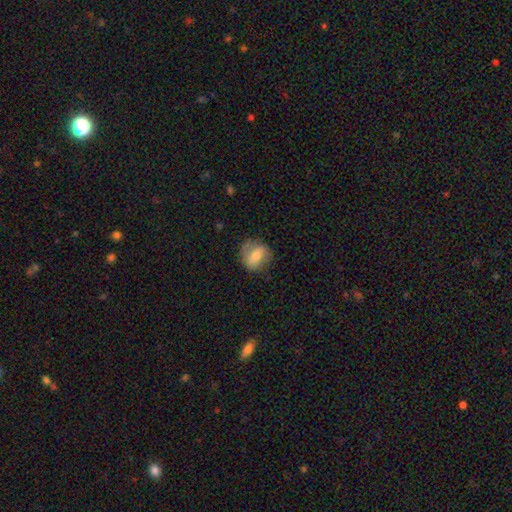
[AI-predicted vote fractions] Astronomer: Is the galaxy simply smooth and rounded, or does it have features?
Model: smooth — 53% (runner-up: featured or disk, 39%).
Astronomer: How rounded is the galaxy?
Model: round — 57% (runner-up: in between, 40%).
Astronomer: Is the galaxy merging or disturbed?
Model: none — 70%.